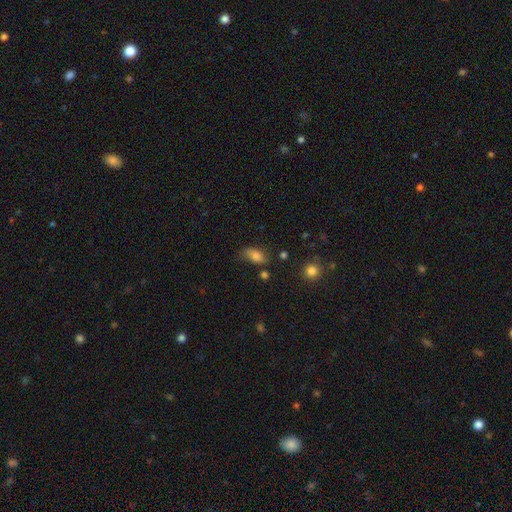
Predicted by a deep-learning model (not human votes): Overall: smooth (79%). How rounded: in between (87%). Merging: none (64%; minor disturbance 25%).